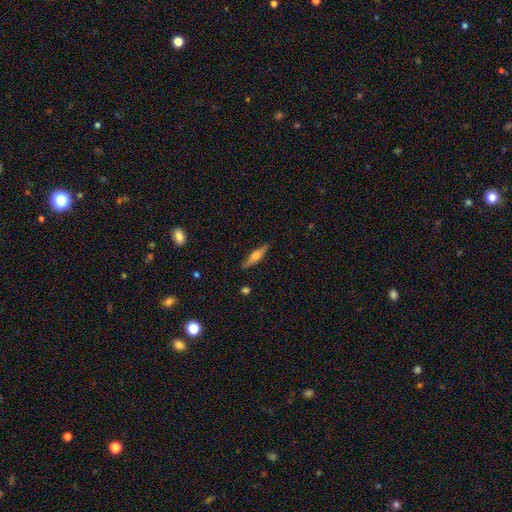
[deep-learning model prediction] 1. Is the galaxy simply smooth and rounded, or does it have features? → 53% featured or disk, 41% smooth, 6% star or artifact.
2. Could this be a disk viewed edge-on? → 95% yes, 5% no.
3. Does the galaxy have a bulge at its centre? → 83% rounded, 12% boxy, 6% none.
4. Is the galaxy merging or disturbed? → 87% none, 9% minor disturbance, 2% major disturbance, 1% merger.